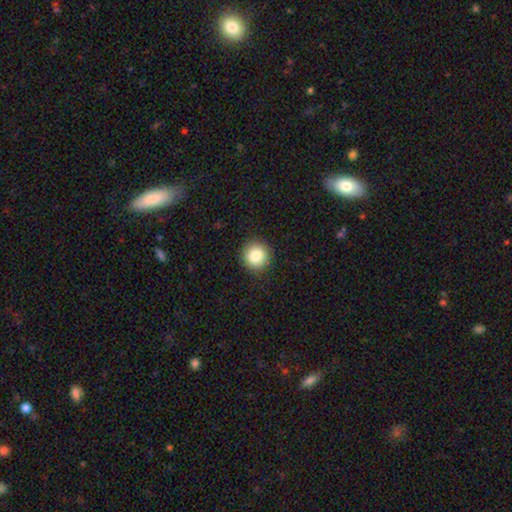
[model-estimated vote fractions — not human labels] Smooth or featured? smooth (86%)
How rounded? round (92%)
Merging? none (90%)